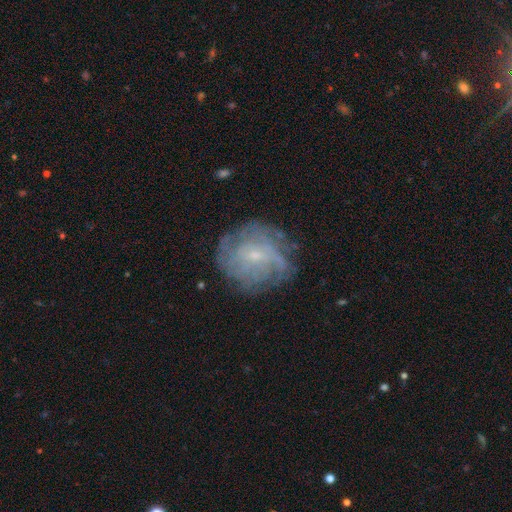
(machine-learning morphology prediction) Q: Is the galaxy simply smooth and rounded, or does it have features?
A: featured or disk — 66%.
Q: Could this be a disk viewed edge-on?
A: no — 97%.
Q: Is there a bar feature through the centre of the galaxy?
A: no — 63%.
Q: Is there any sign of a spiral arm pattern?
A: yes — 75%.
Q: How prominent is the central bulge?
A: small — 79%.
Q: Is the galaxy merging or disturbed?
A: none — 70%.